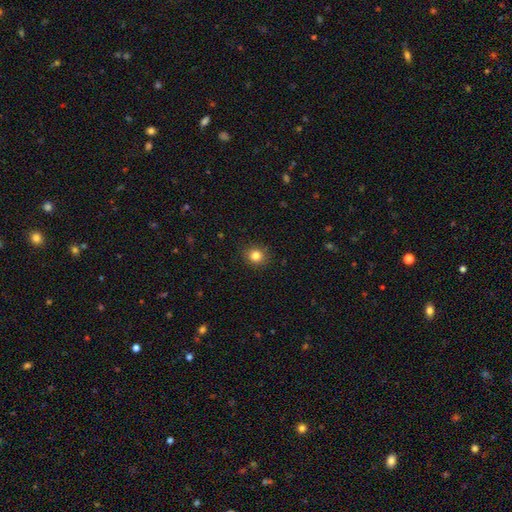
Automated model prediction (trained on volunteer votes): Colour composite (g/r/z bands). It shows a smooth galaxy with no disk features (83%) that is round (85%). Merging: none (90%).